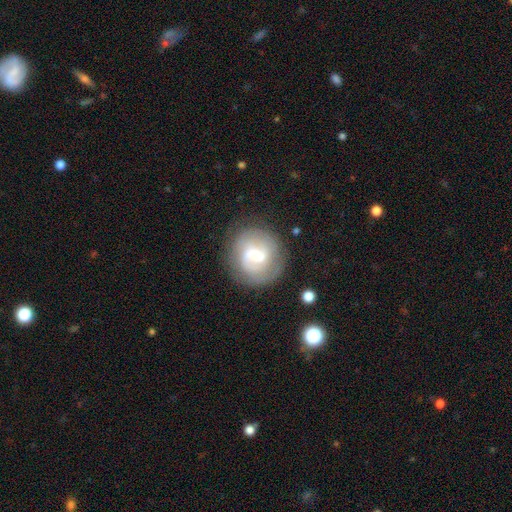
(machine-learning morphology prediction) Smooth or featured?
  - featured or disk: 66% *
  - smooth: 27%
  - star or artifact: 7%
Edge-on disk?
  - no: 98% *
  - yes: 2%
Bar?
  - weak: 58% *
  - no: 25%
  - strong: 18%
Spiral arms?
  - yes: 87% *
  - no: 13%
Spiral winding?
  - medium: 43% *
  - tight: 33%
  - loose: 24%
Spiral arm count?
  - 2: 65% *
  - can't tell: 19%
  - 1: 6%
  - 3: 6%
  - 4: 2%
  - more than 4: 2%
Bulge size?
  - small: 54% *
  - moderate: 35%
  - large: 6%
  - none: 4%
  - dominant: 2%
Merging?
  - none: 77% *
  - minor disturbance: 13%
  - major disturbance: 8%
  - merger: 2%